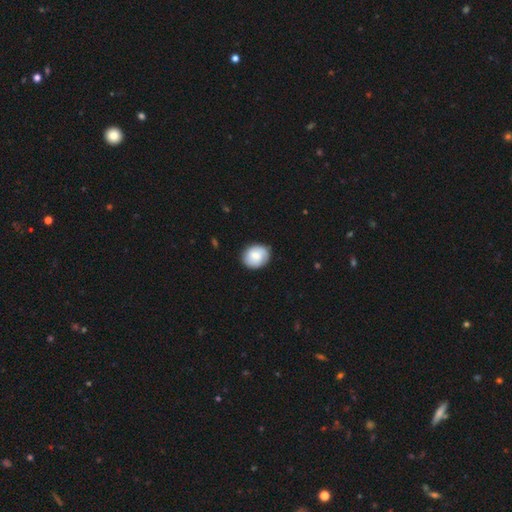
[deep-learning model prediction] This appears to be a smooth galaxy with no disk features (77%) that is round (64%). Merging: none (84%).